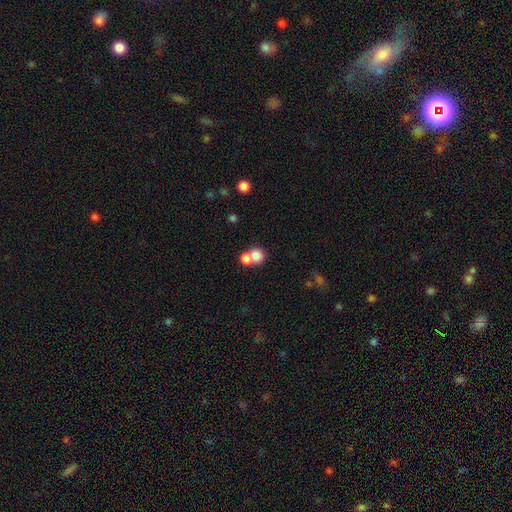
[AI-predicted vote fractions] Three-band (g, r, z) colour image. It shows a smooth galaxy with no disk features (77%) that is round (76%). Merging: merger (61%).